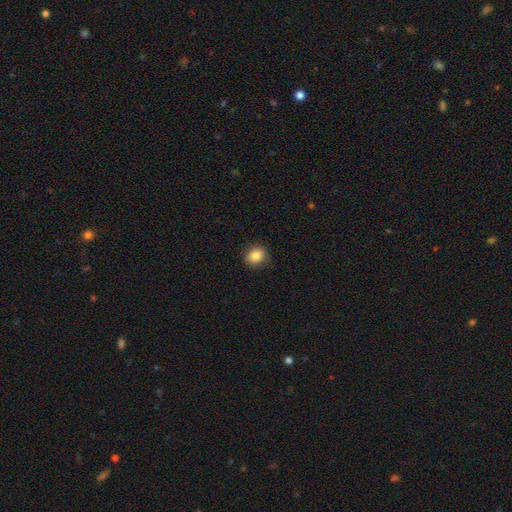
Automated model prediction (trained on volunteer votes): This appears to be a smooth galaxy with no disk features (86%) that is round (65%). Merging: none (88%).